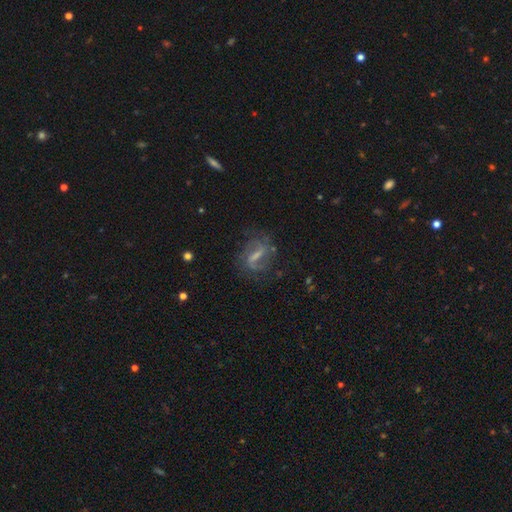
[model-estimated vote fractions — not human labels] featured or disk 71%, smooth 19%, star or artifact 10%. Down the decision tree: edge-on disk — no (92%); bar — strong (51%); spiral arms — yes (81%); spiral arm count — 2 (69%); spiral winding — medium (40%); bulge size — none (35%); merging — none (66%).